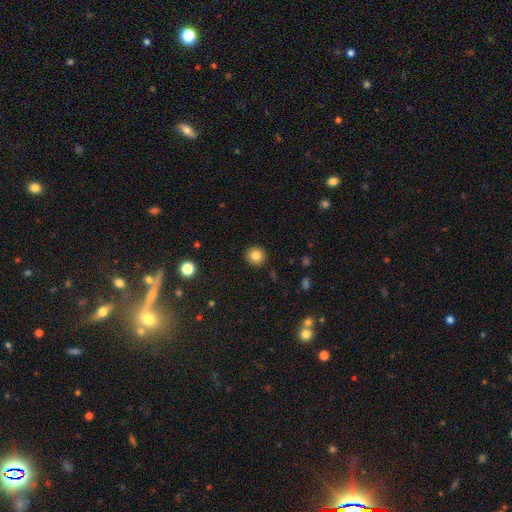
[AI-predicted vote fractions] smooth-or-featured: smooth: 83% | star or artifact: 11% | featured or disk: 6%
  how-rounded: round: 93% | in between: 6% | cigar-shaped: 1%
  merging: none: 92% | minor disturbance: 5% | major disturbance: 2% | merger: 1%